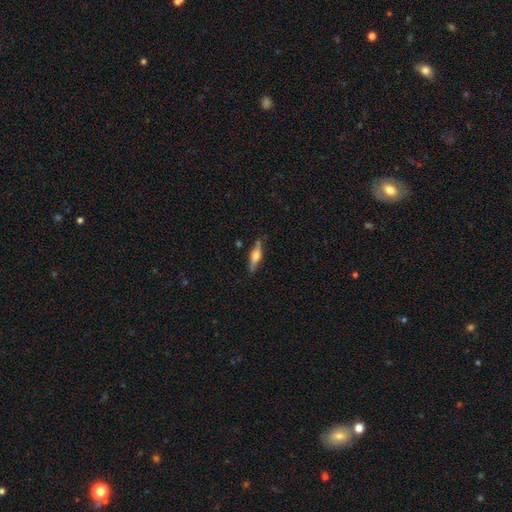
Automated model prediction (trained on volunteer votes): Smooth or featured? featured or disk (53%)
Edge-on disk? yes (94%)
Merging? none (82%)